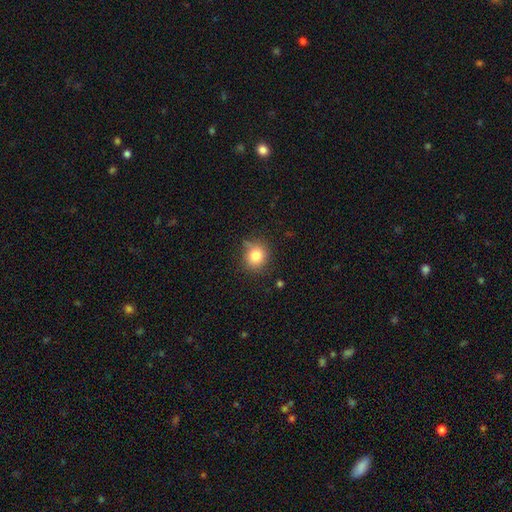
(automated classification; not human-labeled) This is clearly a smooth galaxy (81%). How rounded: clearly round (86%). Merging: likely none (78%).